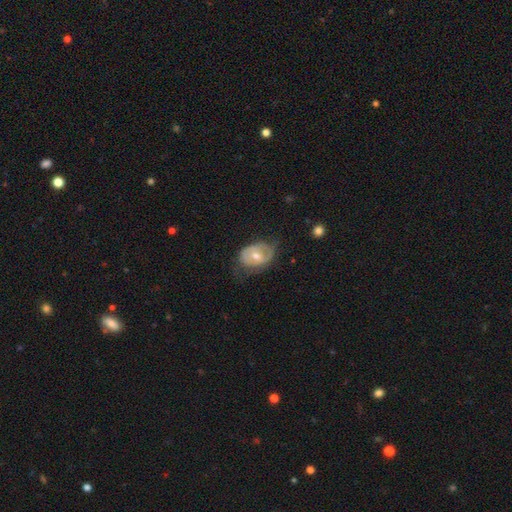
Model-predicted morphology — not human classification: Overall: featured or disk (52%; smooth 42%). Edge-on disk: no (94%). Merging: none (46%; minor disturbance 34%).